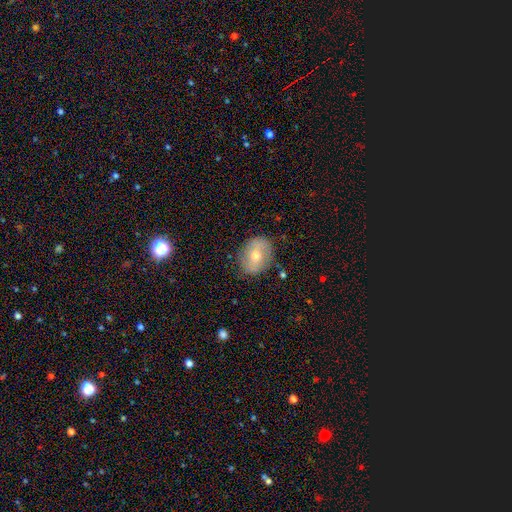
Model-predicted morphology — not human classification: Smooth or featured? smooth (48%)
Merging? none (82%)